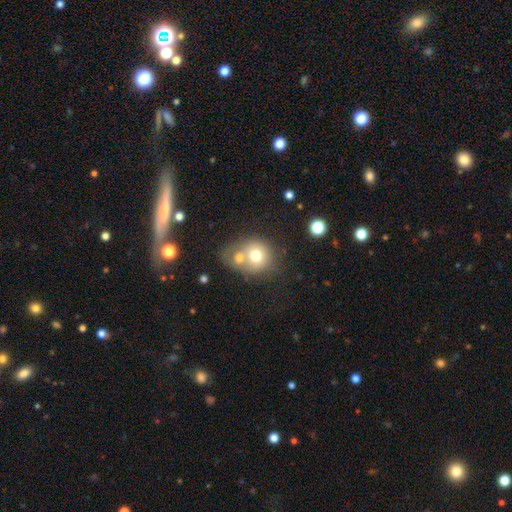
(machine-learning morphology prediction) smooth_or_featured: smooth (p=0.68) [alt: featured or disk p=0.22]
how_rounded: round (p=0.76) [alt: in between p=0.23]
merging: merger (p=0.60) [alt: none p=0.27]